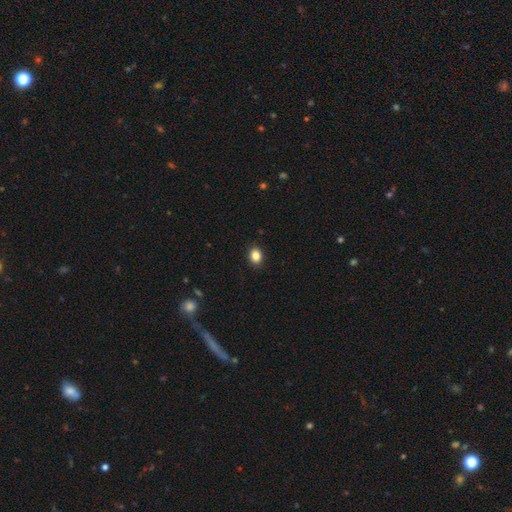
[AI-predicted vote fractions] Morphology: type=smooth (86%); roundness=in between (56%); merging=none (90%).